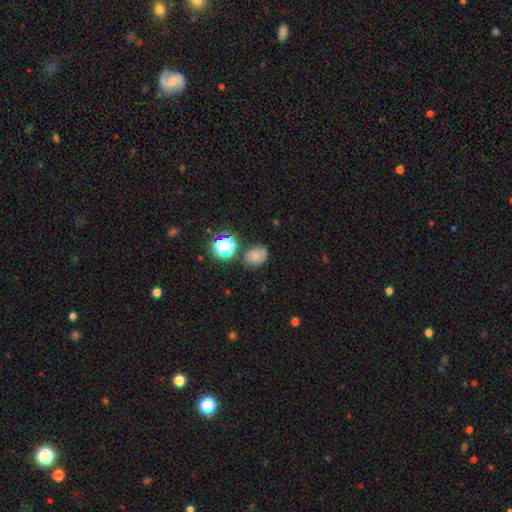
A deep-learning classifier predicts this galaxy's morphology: smooth-or-featured: smooth: 67% | star or artifact: 19% | featured or disk: 15%
  how-rounded: in between: 56% | round: 43% | cigar-shaped: 1%
  merging: none: 69% | minor disturbance: 19% | merger: 6% | major disturbance: 5%